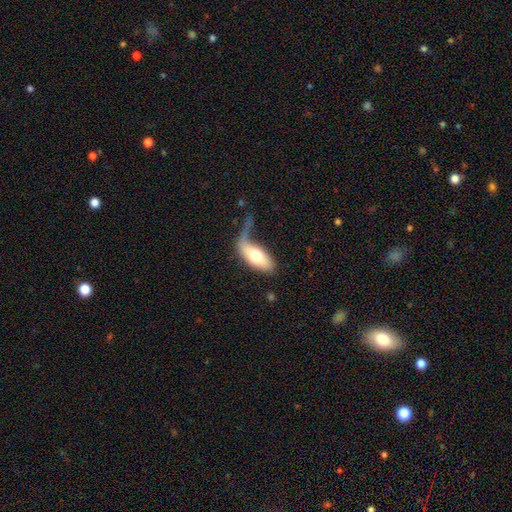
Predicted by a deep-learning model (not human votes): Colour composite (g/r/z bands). It shows a smooth galaxy with no disk features (63%) that is in between round and cigar-shaped (86%). Merging: major disturbance (39%).